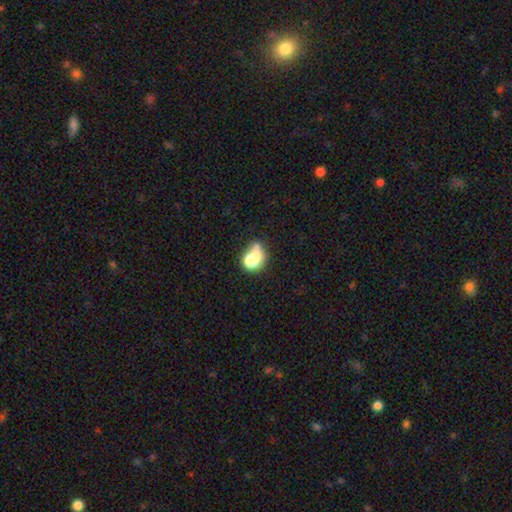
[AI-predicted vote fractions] A smooth galaxy with no disk features (66%) that is round (57%).

Vote fractions:
- Smooth or featured? smooth: 66% / featured or disk: 22% / star or artifact: 12%
- How rounded? round: 57% / in between: 42% / cigar-shaped: 1%
- Merging? merger: 43% / none: 30% / minor disturbance: 15% / major disturbance: 12%